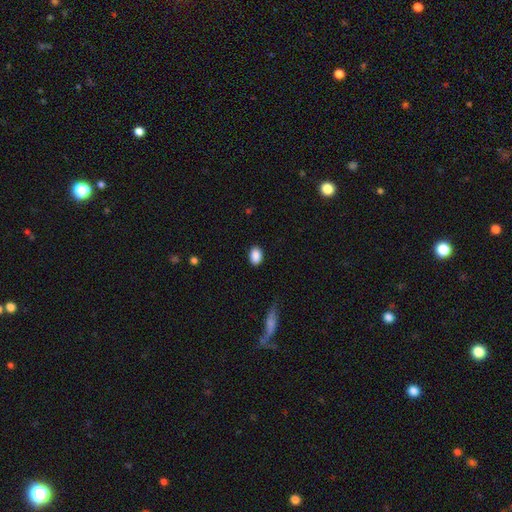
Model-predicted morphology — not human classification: A smooth galaxy with no disk features (89%) that is in between round and cigar-shaped (82%). Merging: none (86%).